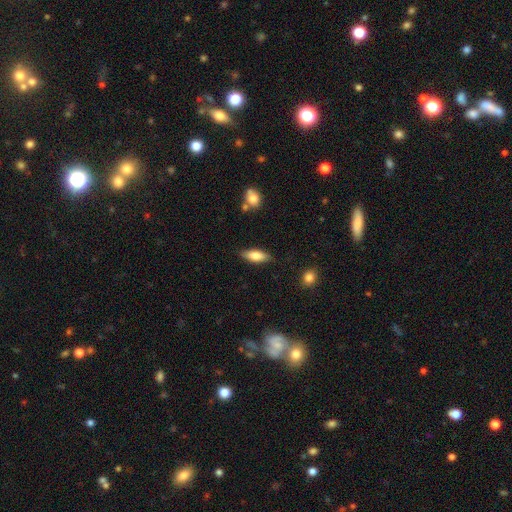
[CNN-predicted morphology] This is likely a smooth galaxy (74%). How rounded: likely in between (71%). Merging: clearly none (82%).